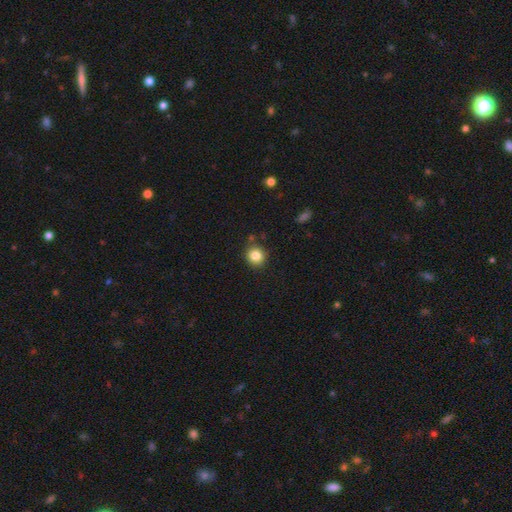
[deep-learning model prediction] Q: Smooth or featured?
A: smooth (84%); runner-up: star or artifact (10%)
Q: How rounded?
A: round (91%); runner-up: in between (8%)
Q: Merging?
A: none (87%); runner-up: minor disturbance (8%)